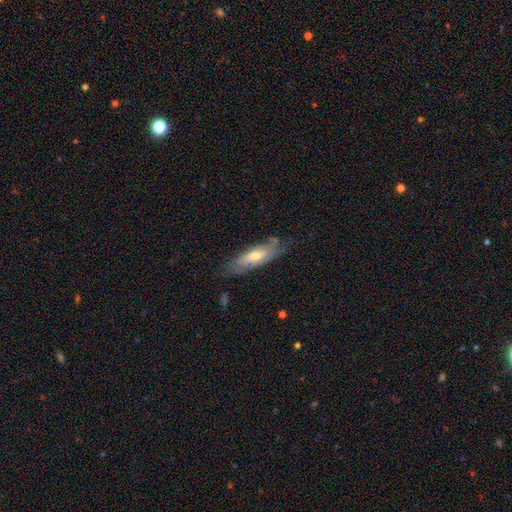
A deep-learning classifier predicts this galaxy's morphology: Q: Smooth or featured?
A: featured or disk (48%); runner-up: smooth (46%)
Q: Merging?
A: none (67%); runner-up: minor disturbance (24%)